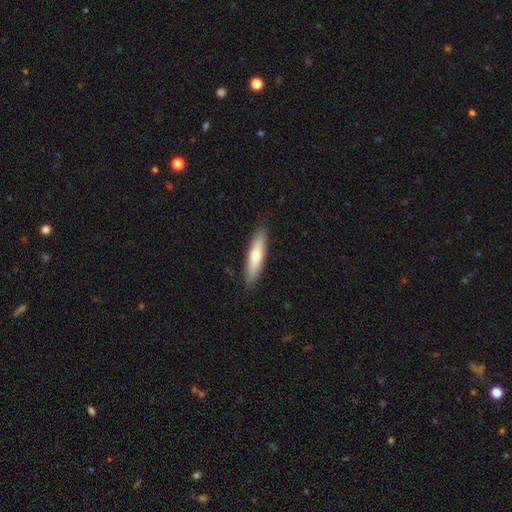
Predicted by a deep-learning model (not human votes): smooth-or-featured: smooth: 62% | featured or disk: 32% | star or artifact: 5%
  how-rounded: cigar-shaped: 78% | in between: 21% | round: 2%
  merging: none: 89% | minor disturbance: 8% | major disturbance: 2% | merger: 1%